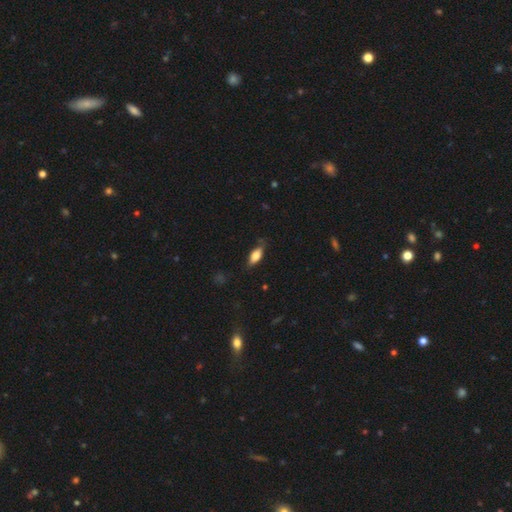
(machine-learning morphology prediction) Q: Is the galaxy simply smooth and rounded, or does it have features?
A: smooth — 76%.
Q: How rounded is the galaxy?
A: in between — 81%.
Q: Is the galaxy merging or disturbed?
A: none — 75%.